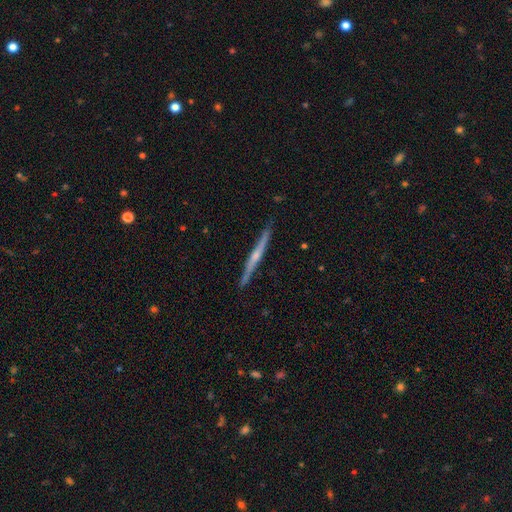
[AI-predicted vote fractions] smooth-or-featured: featured or disk: 72% | smooth: 22% | star or artifact: 5%
  disk-edge-on: yes: 98% | no: 2%
    edge-on-bulge: rounded: 60% | none: 32% | boxy: 8%
  merging: none: 88% | minor disturbance: 9% | major disturbance: 1% | merger: 1%